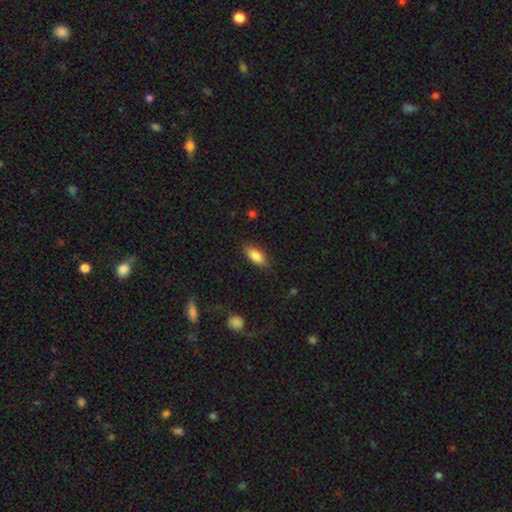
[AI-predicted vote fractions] This is clearly a smooth galaxy (85%). How rounded: clearly in between (85%). Merging: clearly none (82%).